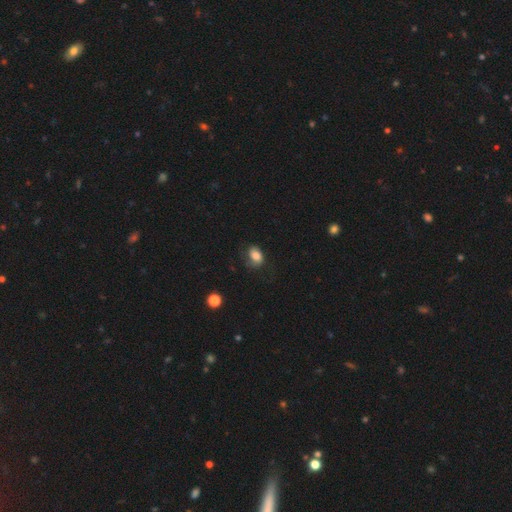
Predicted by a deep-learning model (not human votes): Smooth or featured? smooth (79%)
How rounded? in between (76%)
Merging? none (58%)